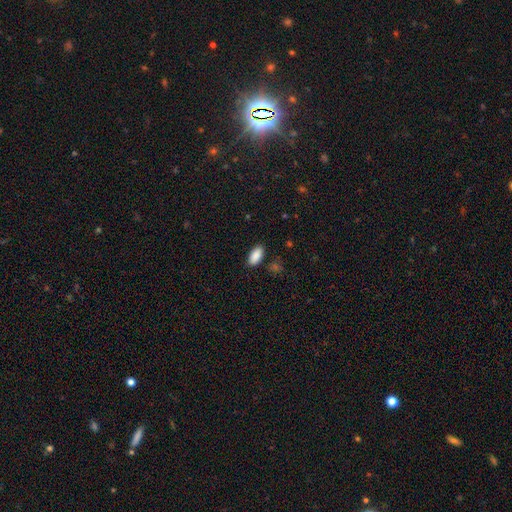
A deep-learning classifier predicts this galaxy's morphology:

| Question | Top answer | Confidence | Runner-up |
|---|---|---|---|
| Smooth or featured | smooth | 89% | star or artifact (7%) |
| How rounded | in between | 92% | cigar-shaped (6%) |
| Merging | none | 85% | minor disturbance (11%) |